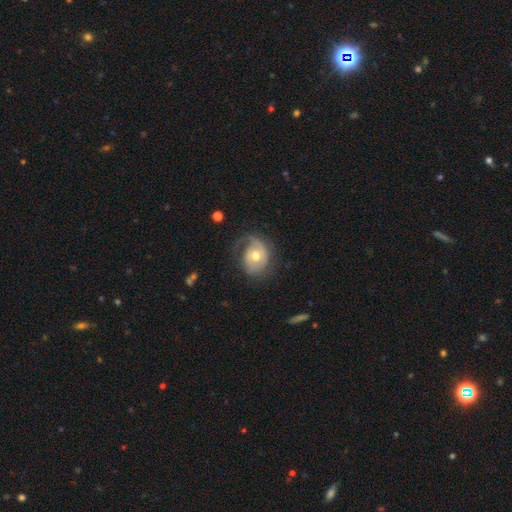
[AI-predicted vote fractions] A featured or disk galaxy (60%) with no bar (74%), spiral arms (78%) and a moderate central bulge (72%). Merging: none (48%).